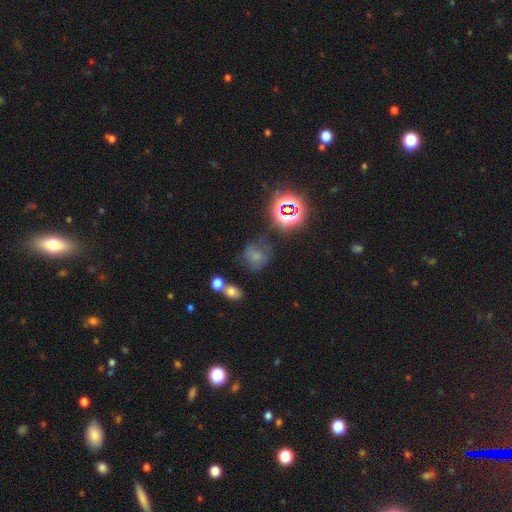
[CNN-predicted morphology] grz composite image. It shows a smooth galaxy with no disk features (53%) that is round (71%). Merging: none (51%).